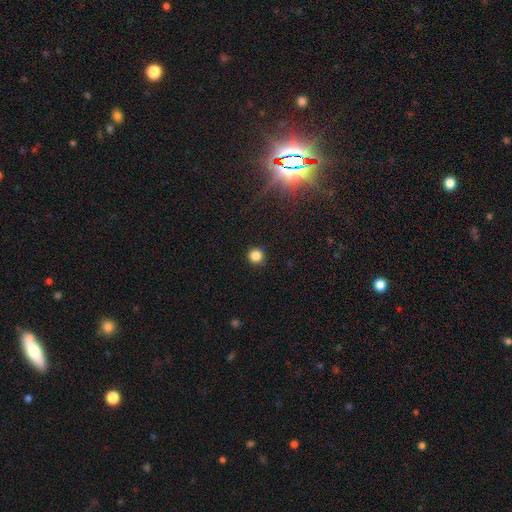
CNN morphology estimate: smooth 84%, star or artifact 13%, featured or disk 4%. Down the decision tree: how rounded — round (94%); merging — none (90%).